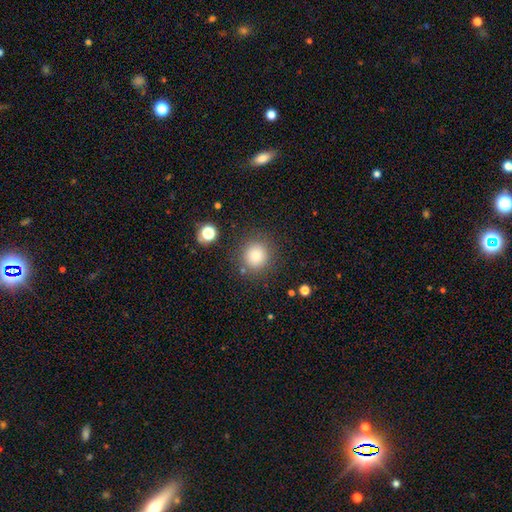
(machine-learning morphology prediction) type=smooth (80%); roundness=round (91%); merging=none (84%).